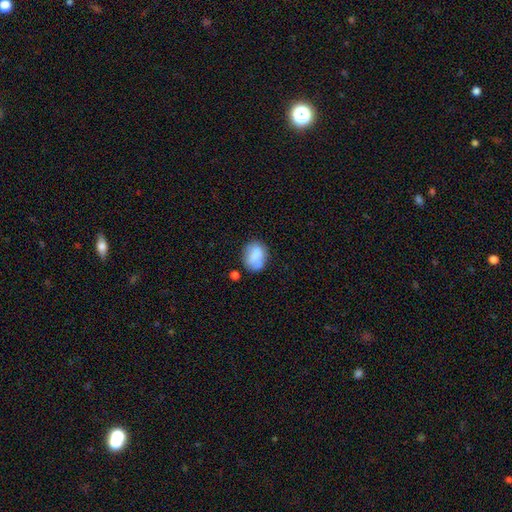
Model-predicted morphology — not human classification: Smooth or featured?
  - smooth: 75% *
  - featured or disk: 16%
  - star or artifact: 9%
How rounded?
  - in between: 60% *
  - round: 39%
  - cigar-shaped: 1%
Merging?
  - none: 58% *
  - minor disturbance: 25%
  - merger: 9%
  - major disturbance: 8%